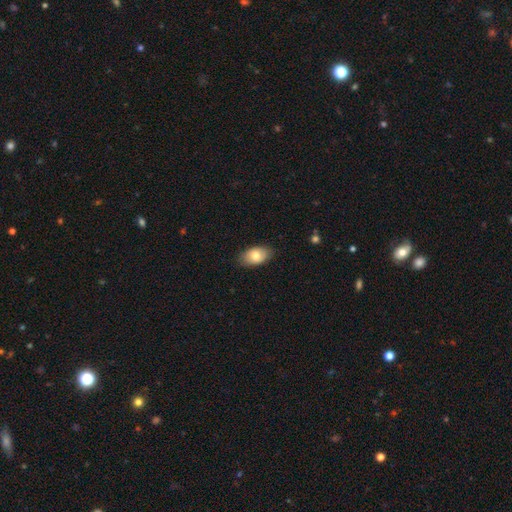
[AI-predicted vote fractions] This is likely a smooth galaxy (76%). How rounded: clearly in between (91%). Merging: clearly none (84%).